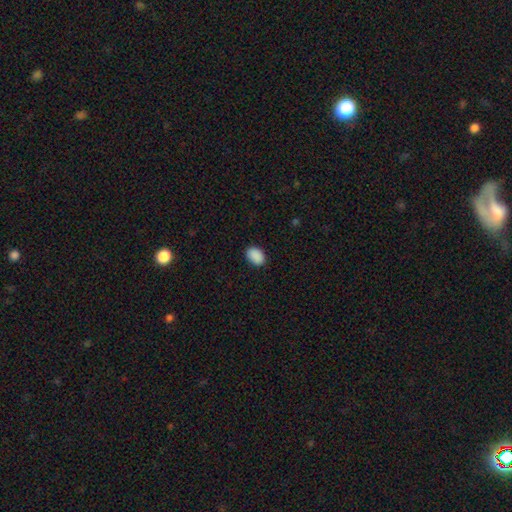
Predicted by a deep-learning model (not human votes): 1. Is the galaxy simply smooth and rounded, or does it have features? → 90% smooth, 8% star or artifact, 2% featured or disk.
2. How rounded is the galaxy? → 80% in between, 19% round, 1% cigar-shaped.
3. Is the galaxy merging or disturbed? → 88% none, 9% minor disturbance, 2% major disturbance, 1% merger.